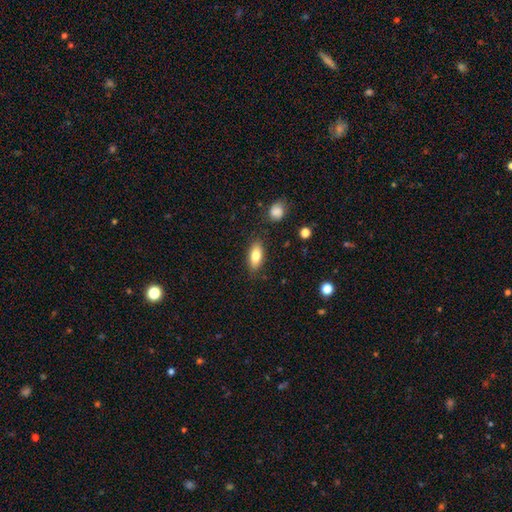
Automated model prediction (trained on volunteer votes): Smooth or featured?
  - smooth: 79% *
  - featured or disk: 13%
  - star or artifact: 7%
How rounded?
  - in between: 83% *
  - cigar-shaped: 13%
  - round: 4%
Merging?
  - none: 84% *
  - minor disturbance: 11%
  - major disturbance: 3%
  - merger: 2%